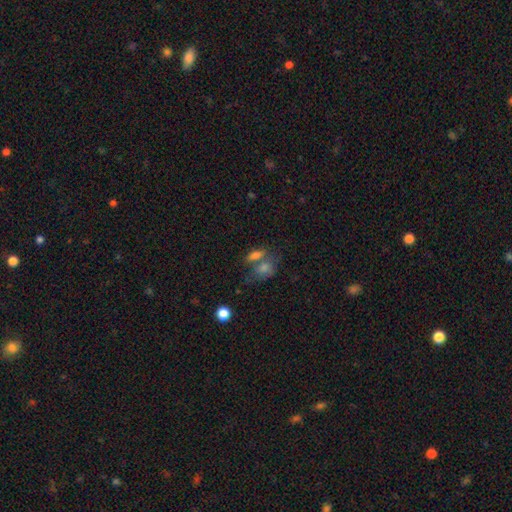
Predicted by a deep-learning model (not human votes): The model was most divided on "merging": merger: 43%, none: 38%, minor disturbance: 12%, major disturbance: 6%. More confident: how rounded — in between (76%); smooth or featured — smooth (72%).